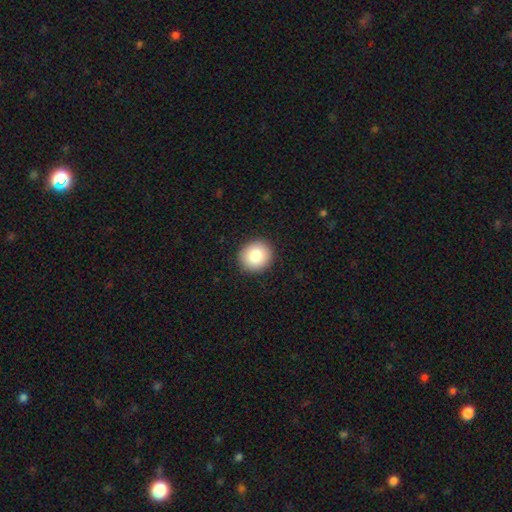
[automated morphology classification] Smooth or featured? smooth (84%)
How rounded? round (87%)
Merging? none (91%)